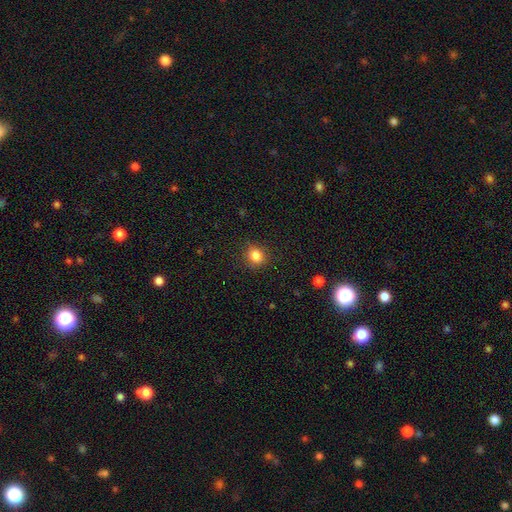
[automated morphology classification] Smooth or featured? Predicted: smooth (p=0.84). How rounded? Predicted: round (p=0.73). Merging? Predicted: none (p=0.87).